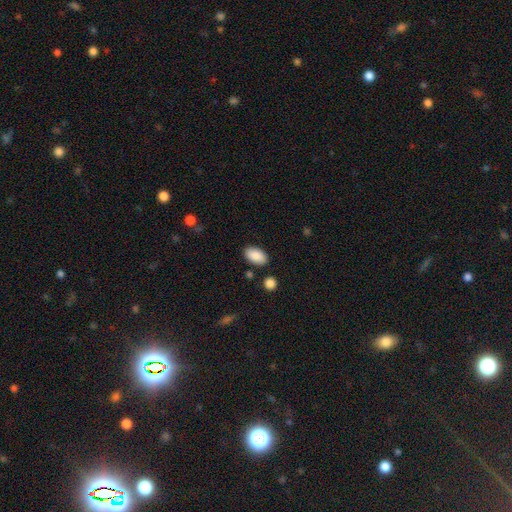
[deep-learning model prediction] This is clearly a smooth galaxy (89%). How rounded: clearly in between (94%). Merging: clearly none (85%).